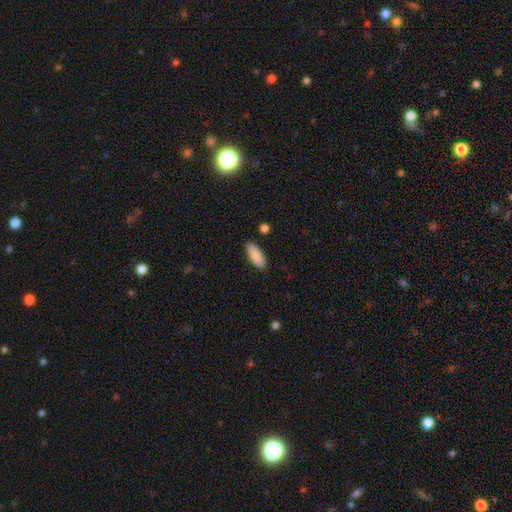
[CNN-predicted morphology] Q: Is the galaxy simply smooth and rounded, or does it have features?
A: smooth — 89%.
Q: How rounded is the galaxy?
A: in between — 76%.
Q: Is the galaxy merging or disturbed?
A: none — 87%.